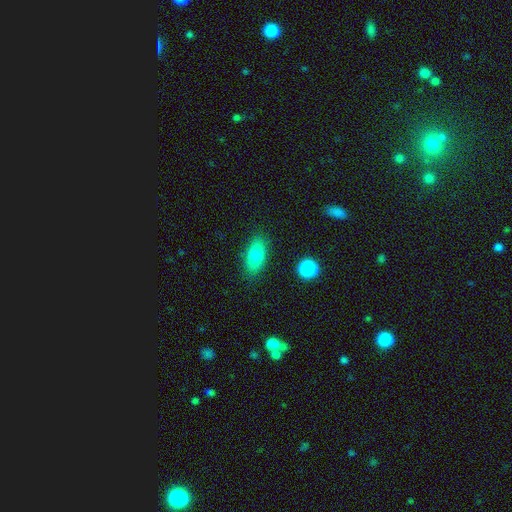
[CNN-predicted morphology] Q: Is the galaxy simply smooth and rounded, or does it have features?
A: smooth — 79%.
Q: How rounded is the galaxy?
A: in between — 82%.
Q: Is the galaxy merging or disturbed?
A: none — 85%.